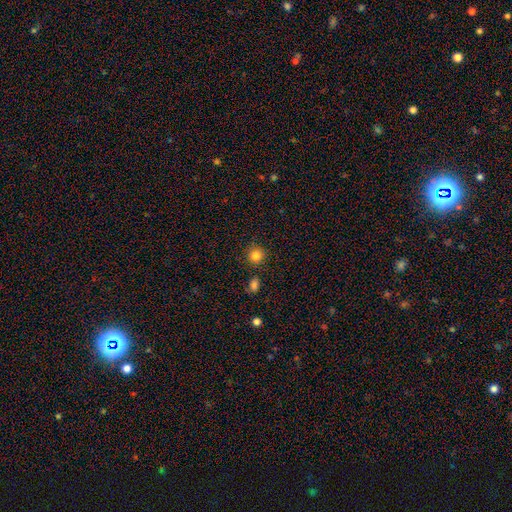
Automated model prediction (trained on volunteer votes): Q: Smooth or featured?
A: smooth (84%); runner-up: star or artifact (12%)
Q: How rounded?
A: round (92%); runner-up: in between (7%)
Q: Merging?
A: none (86%); runner-up: minor disturbance (8%)